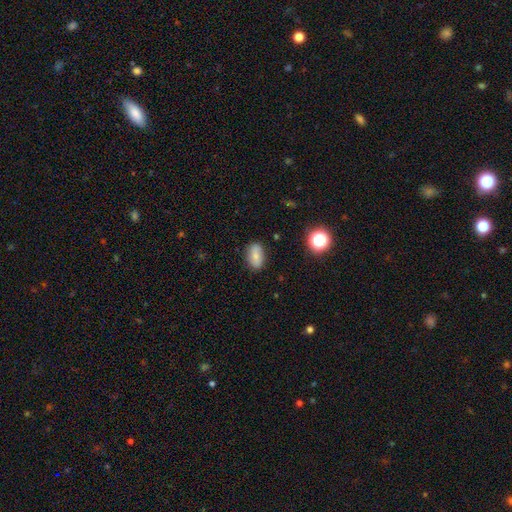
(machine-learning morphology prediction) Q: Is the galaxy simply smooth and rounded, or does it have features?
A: smooth — 72%.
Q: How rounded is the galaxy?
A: in between — 87%.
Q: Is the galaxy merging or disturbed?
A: none — 84%.